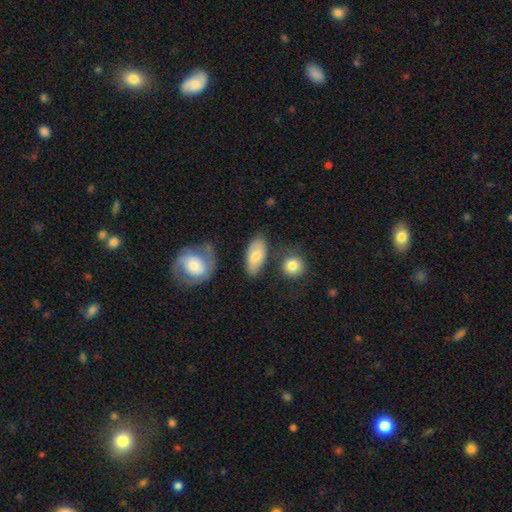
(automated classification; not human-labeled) smooth-or-featured: smooth: 68% | featured or disk: 25% | star or artifact: 7%
  how-rounded: in between: 88% | cigar-shaped: 7% | round: 5%
  merging: none: 67% | minor disturbance: 18% | merger: 9% | major disturbance: 6%